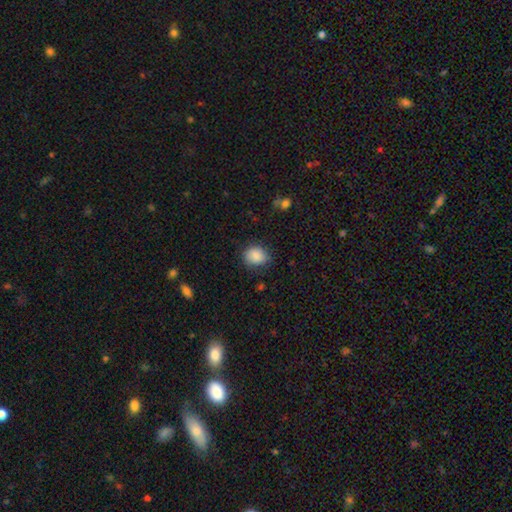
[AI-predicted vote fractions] This is clearly a smooth galaxy (87%). How rounded: possibly round (56%). Merging: likely none (75%).